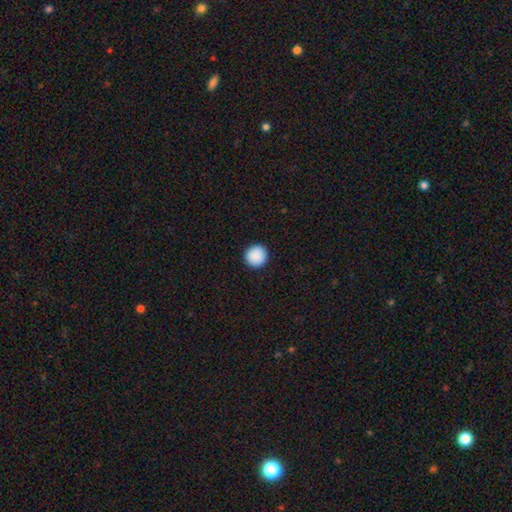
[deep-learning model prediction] Overall: smooth (90%). How rounded: round (96%). Merging: none (94%).